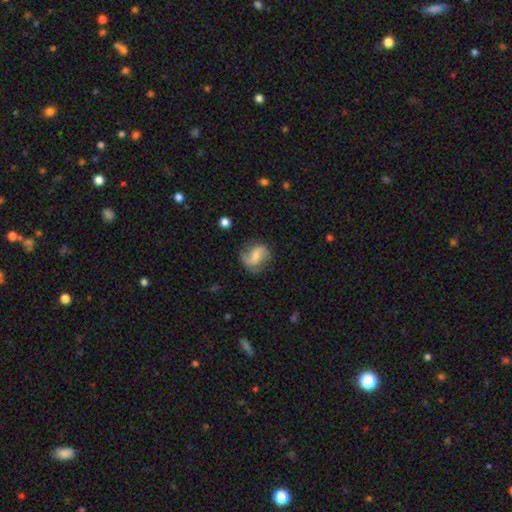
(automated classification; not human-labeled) Smooth or featured: featured or disk — 62% (smooth — 30%)
Edge-on disk: no — 97% (yes — 3%)
Bar: weak — 45% (no — 38%)
Spiral arms: yes — 90% (no — 10%)
Spiral winding: loose — 45% (medium — 40%)
Spiral arm count: 2 — 71% (1 — 19%)
Bulge size: small — 43% (moderate — 32%)
Merging: none — 61% (minor disturbance — 23%)